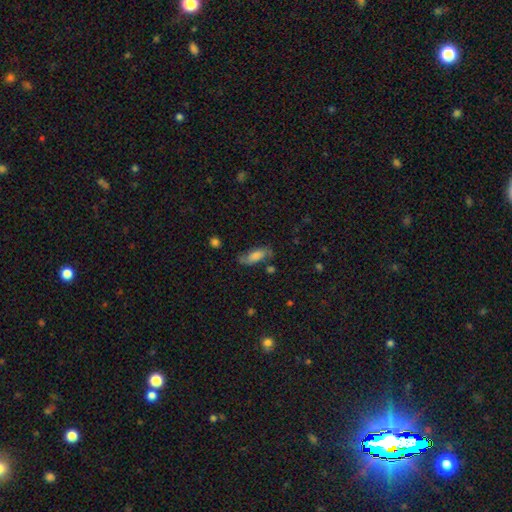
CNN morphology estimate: smooth_or_featured: smooth (p=0.58) [alt: featured or disk p=0.32]
how_rounded: in between (p=0.77) [alt: cigar-shaped p=0.20]
merging: none (p=0.62) [alt: minor disturbance p=0.25]